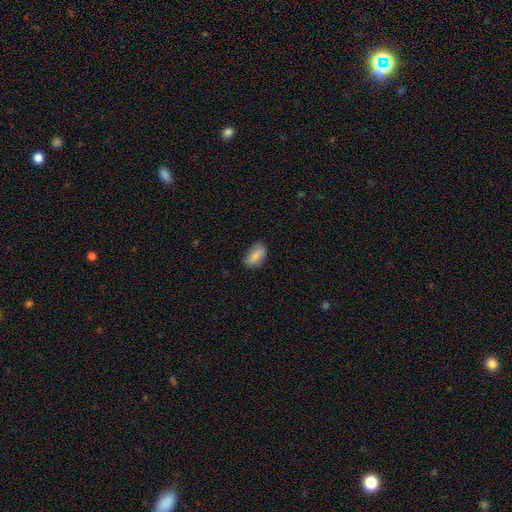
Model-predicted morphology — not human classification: smooth-or-featured: smooth: 81% | featured or disk: 12% | star or artifact: 7%
  how-rounded: in between: 87% | cigar-shaped: 8% | round: 5%
  merging: none: 75% | minor disturbance: 20% | major disturbance: 4% | merger: 1%